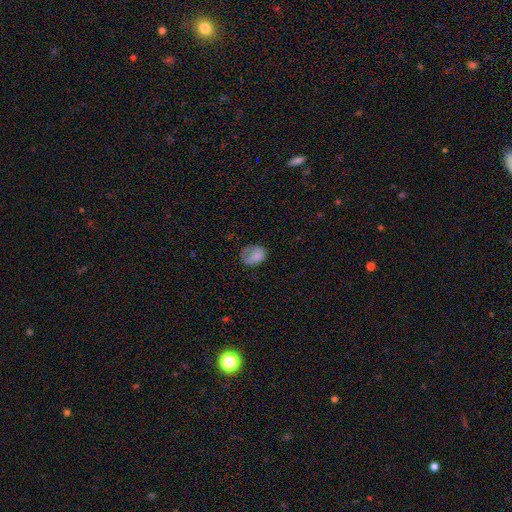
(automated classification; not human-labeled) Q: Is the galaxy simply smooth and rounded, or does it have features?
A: smooth — 75%.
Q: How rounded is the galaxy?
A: in between — 65%.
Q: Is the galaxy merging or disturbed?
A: none — 41%.